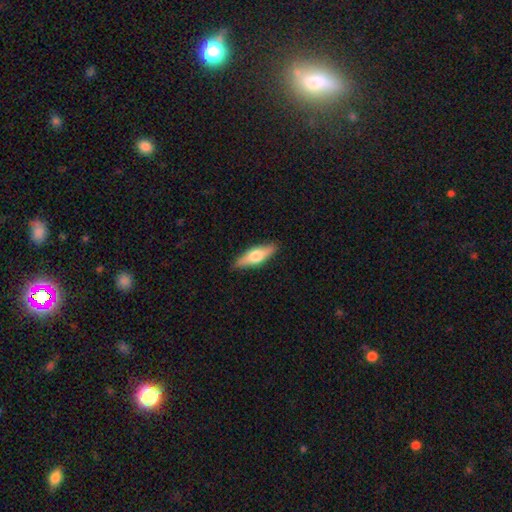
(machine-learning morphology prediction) Overall: smooth (56%; featured or disk 38%). How rounded: cigar-shaped (49%; in between 48%). Merging: none (88%).